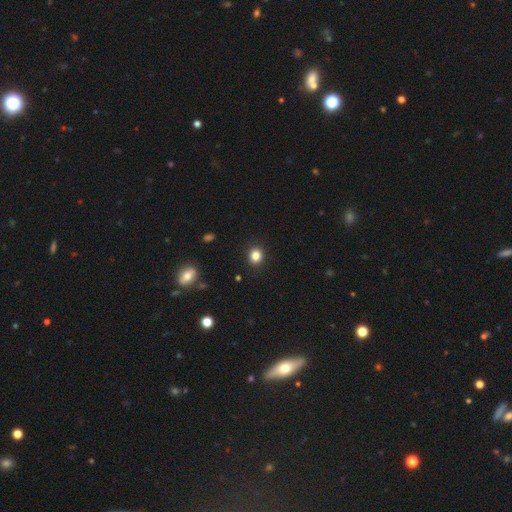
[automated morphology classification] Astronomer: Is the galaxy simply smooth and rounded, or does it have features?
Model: smooth — 84%.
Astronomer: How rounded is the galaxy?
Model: round — 77%.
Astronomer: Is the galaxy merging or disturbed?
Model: none — 91%.